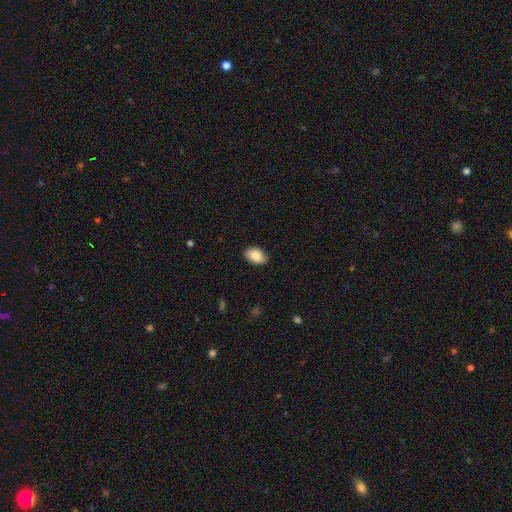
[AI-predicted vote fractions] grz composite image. It shows a smooth galaxy with no disk features (88%) that is in between round and cigar-shaped (88%). Merging: none (87%).